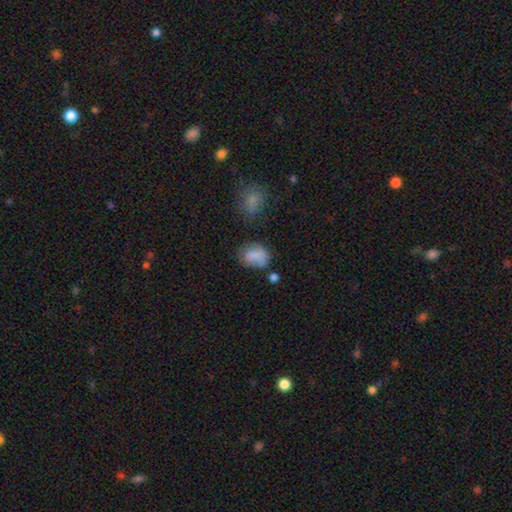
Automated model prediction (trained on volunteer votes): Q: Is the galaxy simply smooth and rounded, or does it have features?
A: smooth — 77%.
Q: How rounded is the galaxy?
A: in between — 63%.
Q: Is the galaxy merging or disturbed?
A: none — 48%.